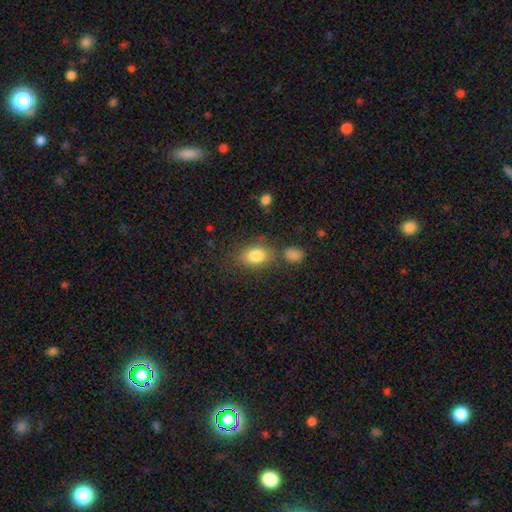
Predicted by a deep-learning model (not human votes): A smooth galaxy with no disk features (82%) that is in between round and cigar-shaped (78%).

Vote fractions:
- Smooth or featured? smooth: 82% / featured or disk: 9% / star or artifact: 9%
- How rounded? in between: 78% / round: 20% / cigar-shaped: 2%
- Merging? none: 69% / minor disturbance: 16% / merger: 9% / major disturbance: 6%